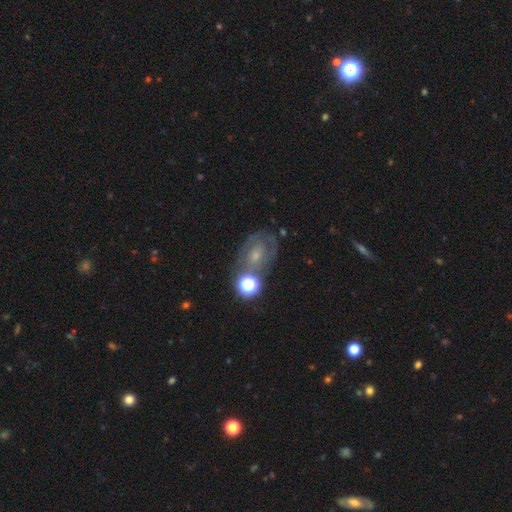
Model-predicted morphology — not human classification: The model was most divided on "bulge size": small: 57%, moderate: 30%, none: 7%, large: 4%, dominant: 2%. More confident: edge-on disk — no (95%); bar — no (71%); spiral arms — yes (65%); smooth or featured — featured or disk (56%); merging — none (55%).